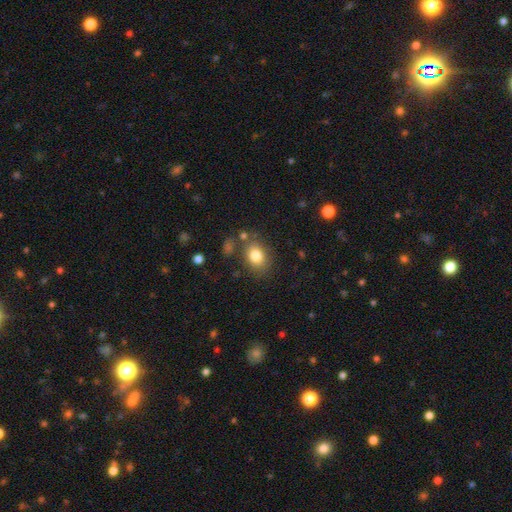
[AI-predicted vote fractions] Morphology: type=smooth (82%); roundness=in between (67%); merging=none (73%).